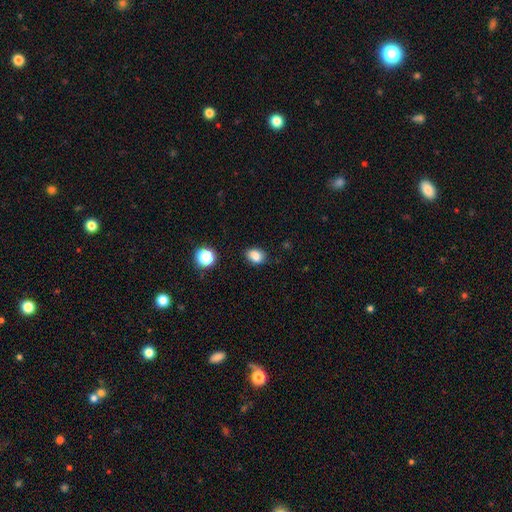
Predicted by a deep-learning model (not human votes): A smooth galaxy with no disk features (81%) that is in between round and cigar-shaped (65%). Merging: none (80%).